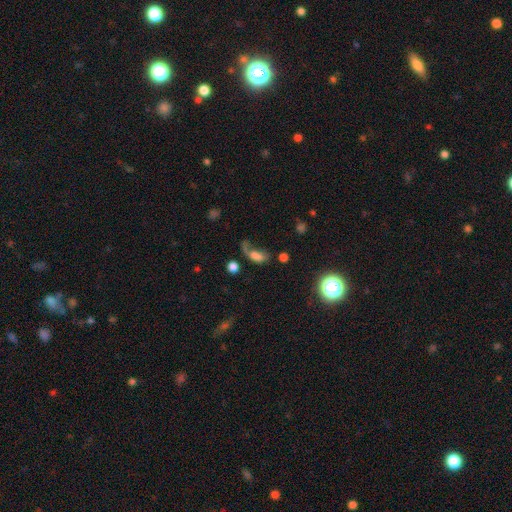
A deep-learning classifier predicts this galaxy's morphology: This is possibly a smooth galaxy (57%). How rounded: likely in between (76%). Merging: marginally major disturbance (43%).